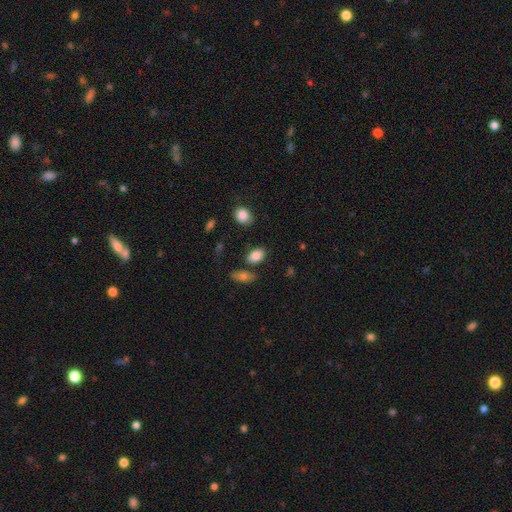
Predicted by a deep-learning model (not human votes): Smooth or featured?
  - smooth: 84% *
  - star or artifact: 9%
  - featured or disk: 7%
How rounded?
  - in between: 84% *
  - round: 14%
  - cigar-shaped: 2%
Merging?
  - none: 76% *
  - minor disturbance: 13%
  - merger: 7%
  - major disturbance: 3%